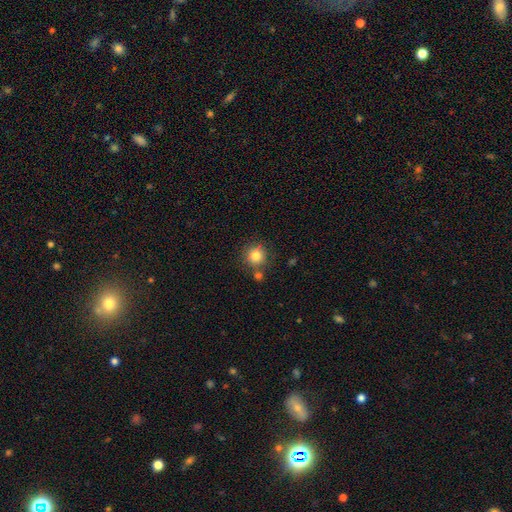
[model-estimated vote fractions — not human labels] A smooth galaxy with no disk features (81%) that is round (91%).

Vote fractions:
- Smooth or featured? smooth: 81% / star or artifact: 11% / featured or disk: 8%
- How rounded? round: 91% / in between: 8% / cigar-shaped: 1%
- Merging? none: 72% / merger: 14% / minor disturbance: 11% / major disturbance: 3%